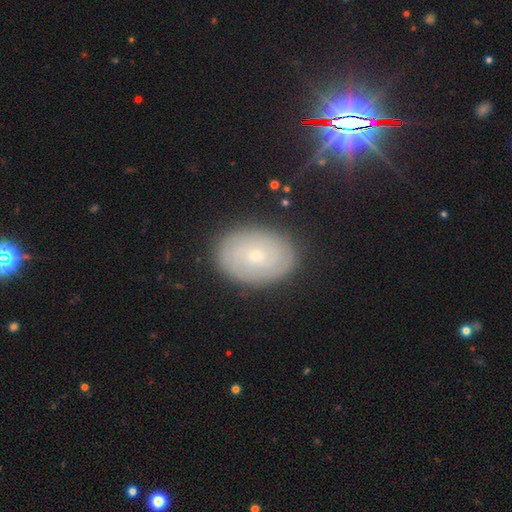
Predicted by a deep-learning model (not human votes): A featured or disk galaxy (55%) with no bar (78%), spiral arms (71%) and a small central bulge (75%). Merging: none (85%).